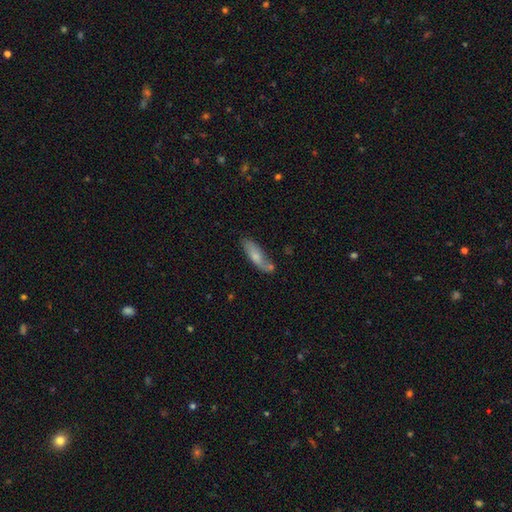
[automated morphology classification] The model was most divided on "how rounded": cigar-shaped: 54%, in between: 44%, round: 2%. More confident: smooth or featured — smooth (64%); merging — none (61%).